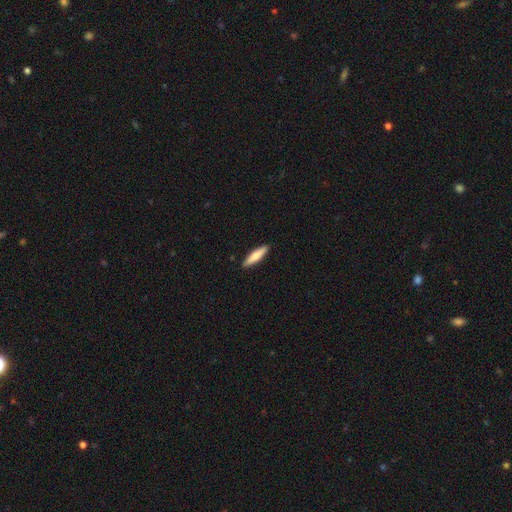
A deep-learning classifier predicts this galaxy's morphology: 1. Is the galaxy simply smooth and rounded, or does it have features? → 73% smooth, 22% featured or disk, 5% star or artifact.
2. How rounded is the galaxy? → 79% cigar-shaped, 19% in between, 1% round.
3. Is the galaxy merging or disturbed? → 91% none, 7% minor disturbance, 1% major disturbance, 1% merger.